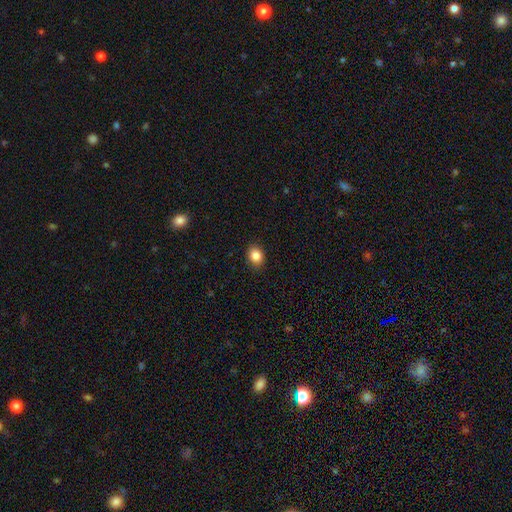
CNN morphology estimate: smooth 86%, star or artifact 10%, featured or disk 5%. Down the decision tree: how rounded — round (51%); merging — none (89%).